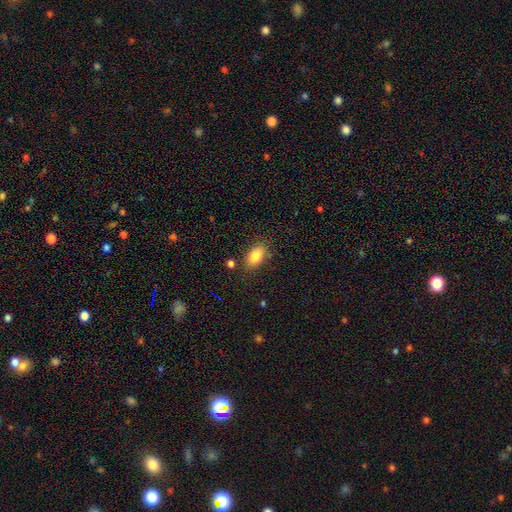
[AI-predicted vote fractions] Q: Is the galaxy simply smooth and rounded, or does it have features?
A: smooth — 84%.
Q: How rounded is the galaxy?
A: in between — 90%.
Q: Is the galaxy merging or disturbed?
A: none — 79%.